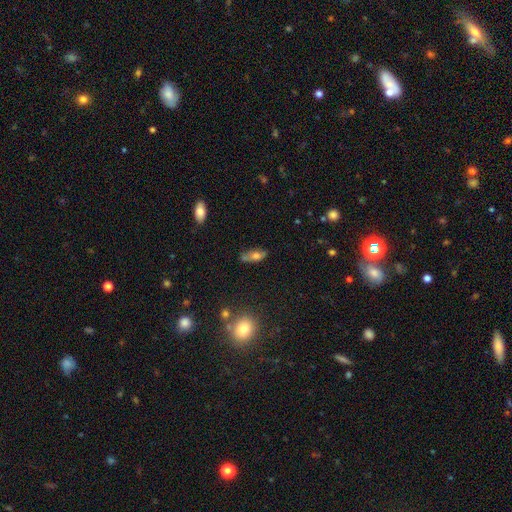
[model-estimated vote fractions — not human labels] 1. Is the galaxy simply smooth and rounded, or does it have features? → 60% smooth, 30% featured or disk, 9% star or artifact.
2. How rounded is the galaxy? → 77% in between, 18% cigar-shaped, 6% round.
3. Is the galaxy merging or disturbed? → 59% none, 26% minor disturbance, 8% major disturbance, 7% merger.